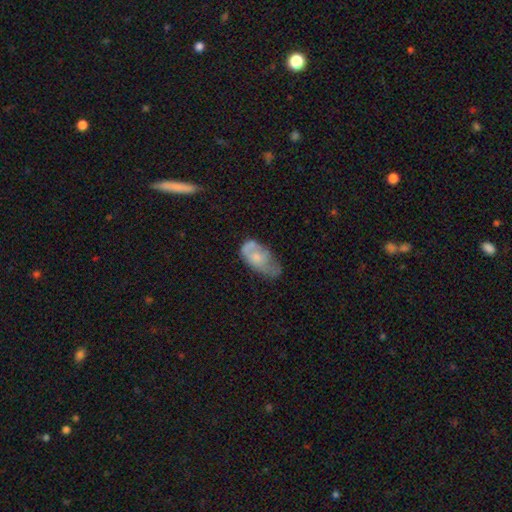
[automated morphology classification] smooth 51%, featured or disk 41%, star or artifact 7%. Down the decision tree: how rounded — in between (90%); merging — minor disturbance (35%).